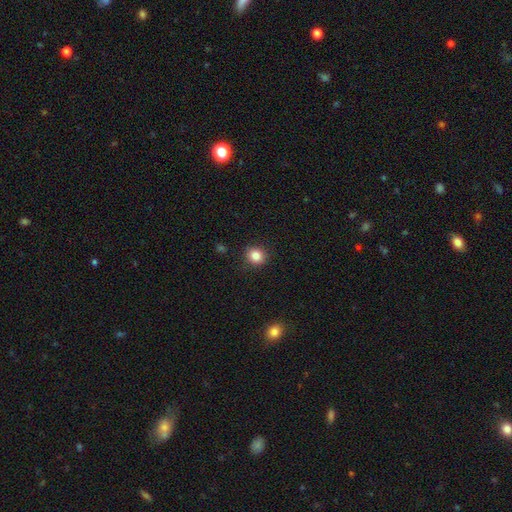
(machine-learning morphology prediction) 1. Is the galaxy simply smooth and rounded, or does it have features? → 85% smooth, 11% star or artifact, 5% featured or disk.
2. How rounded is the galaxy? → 84% round, 15% in between, 1% cigar-shaped.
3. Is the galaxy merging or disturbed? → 90% none, 7% minor disturbance, 2% major disturbance, 1% merger.